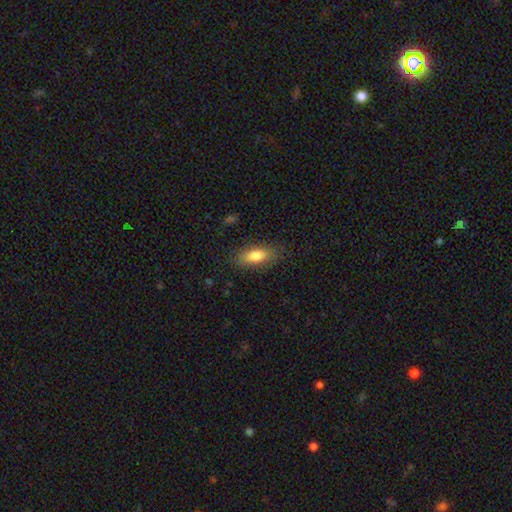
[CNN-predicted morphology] This appears to be a smooth galaxy with no disk features (81%) that is in between round and cigar-shaped (81%). Merging: none (81%).